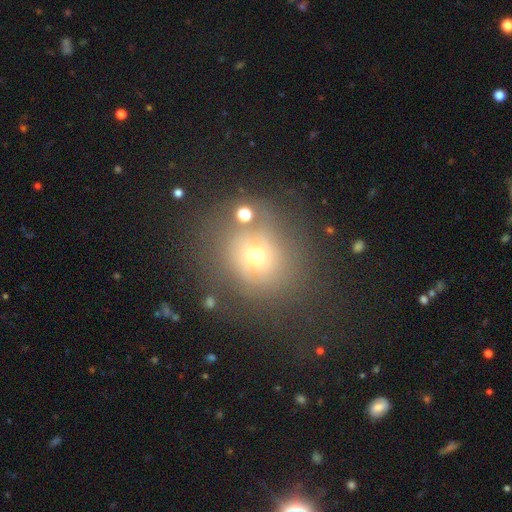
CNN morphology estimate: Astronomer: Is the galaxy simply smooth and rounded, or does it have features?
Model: smooth — 58%.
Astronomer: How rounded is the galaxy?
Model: round — 82%.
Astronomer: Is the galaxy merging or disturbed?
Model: none — 62%.